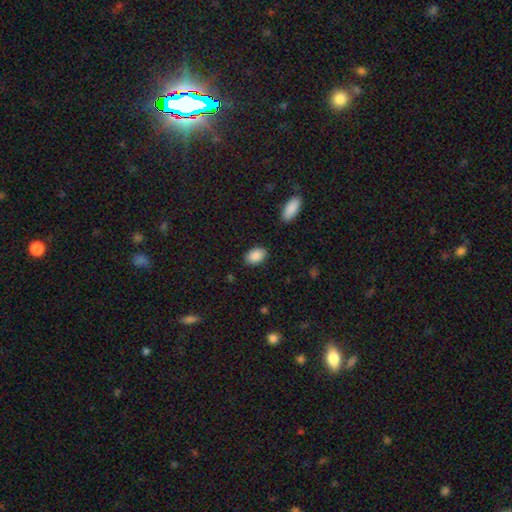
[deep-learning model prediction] Smooth or featured? smooth (89%)
How rounded? in between (88%)
Merging? none (87%)